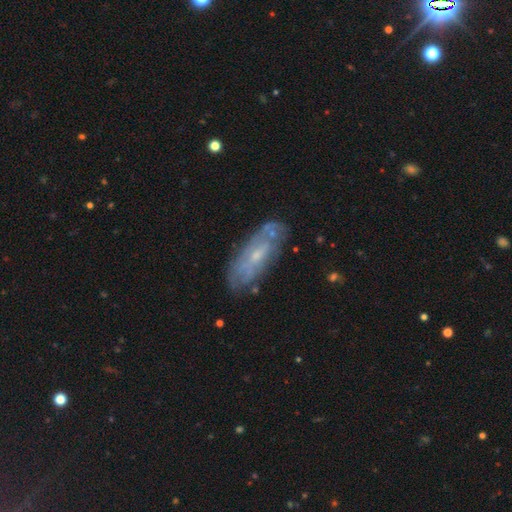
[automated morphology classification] A featured or disk galaxy (65%) with no bar (66%), spiral arms (63%) and a small central bulge (67%). Merging: none (75%).